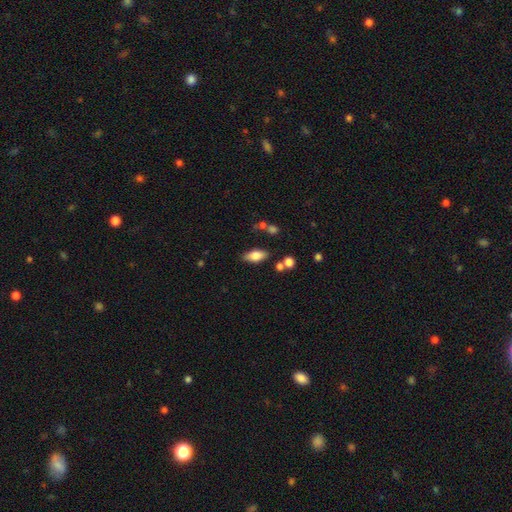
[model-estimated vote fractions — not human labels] Morphology: type=smooth (73%); roundness=in between (84%); merging=none (78%).